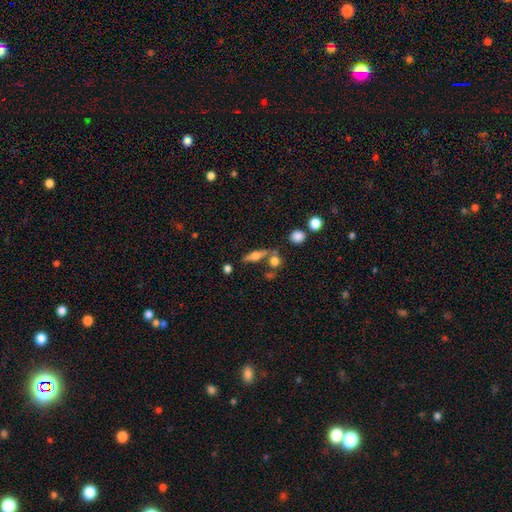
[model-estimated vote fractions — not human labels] This appears to be a featured or disk galaxy (46%). Merging: none (66%).